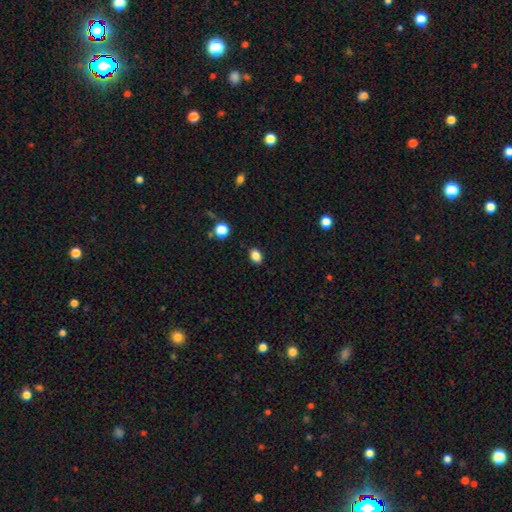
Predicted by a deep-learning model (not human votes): Smooth or featured? Predicted: smooth (p=0.85). How rounded? Predicted: in between (p=0.70). Merging? Predicted: none (p=0.88).